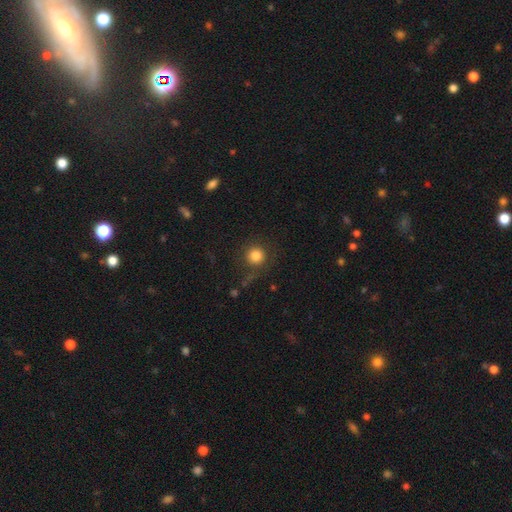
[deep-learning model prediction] Smooth or featured?
  - smooth: 83% *
  - star or artifact: 11%
  - featured or disk: 6%
How rounded?
  - round: 94% *
  - in between: 5%
  - cigar-shaped: 1%
Merging?
  - none: 81% *
  - minor disturbance: 11%
  - major disturbance: 6%
  - merger: 2%